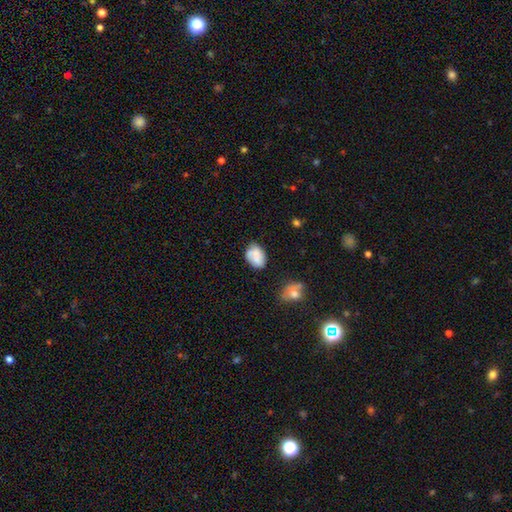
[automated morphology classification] smooth-or-featured: smooth: 70% | featured or disk: 22% | star or artifact: 8%
  how-rounded: in between: 79% | round: 20% | cigar-shaped: 1%
  merging: none: 59% | minor disturbance: 26% | merger: 8% | major disturbance: 7%